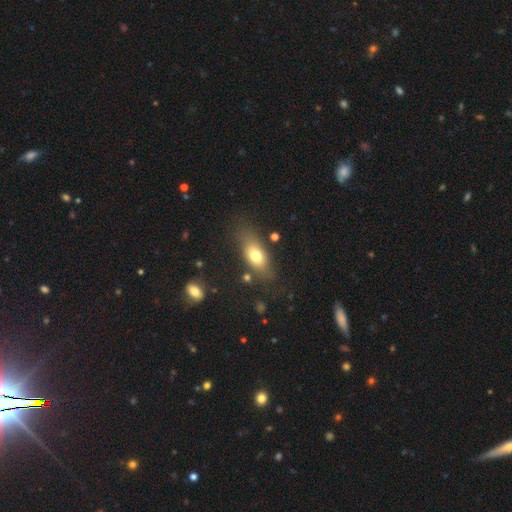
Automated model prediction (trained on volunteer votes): Smooth or featured?
  - smooth: 71% *
  - featured or disk: 20%
  - star or artifact: 8%
How rounded?
  - in between: 81% *
  - cigar-shaped: 13%
  - round: 7%
Merging?
  - none: 70% *
  - minor disturbance: 19%
  - major disturbance: 8%
  - merger: 3%